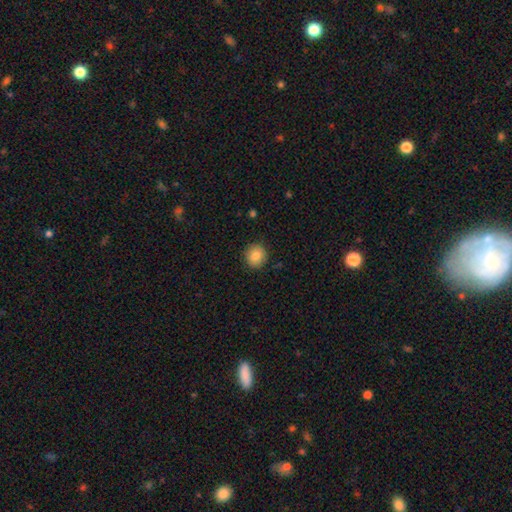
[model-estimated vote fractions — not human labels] Q: Smooth or featured?
A: smooth (85%); runner-up: star or artifact (9%)
Q: How rounded?
A: round (87%); runner-up: in between (12%)
Q: Merging?
A: none (89%); runner-up: minor disturbance (7%)